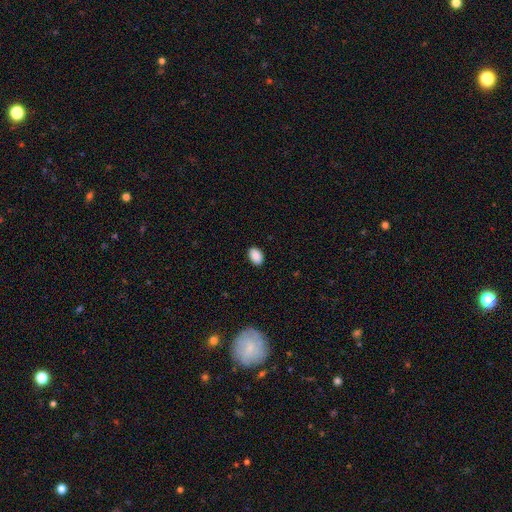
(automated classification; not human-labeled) Overall: smooth (90%). How rounded: in between (87%). Merging: none (89%).